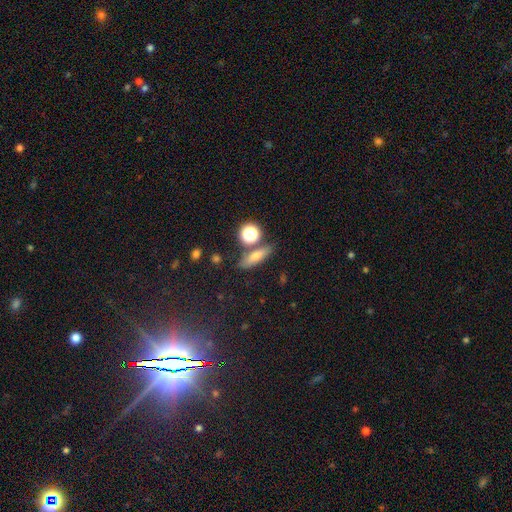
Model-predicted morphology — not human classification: smooth-or-featured: smooth: 59% | featured or disk: 24% | star or artifact: 17%
  how-rounded: cigar-shaped: 44% | in between: 41% | round: 15%
  merging: none: 76% | minor disturbance: 11% | merger: 9% | major disturbance: 4%